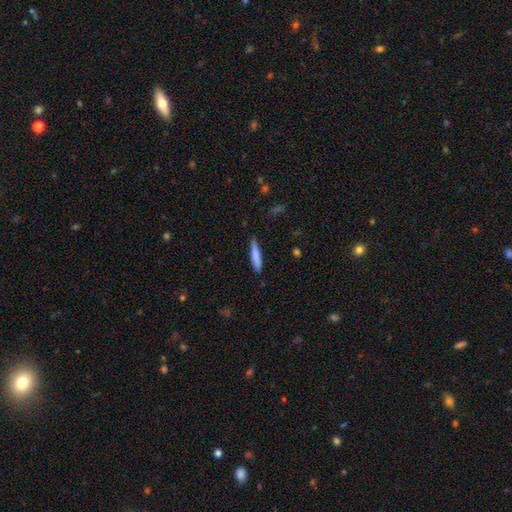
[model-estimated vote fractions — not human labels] This is likely a smooth galaxy (79%). How rounded: clearly cigar-shaped (89%). Merging: clearly none (86%).